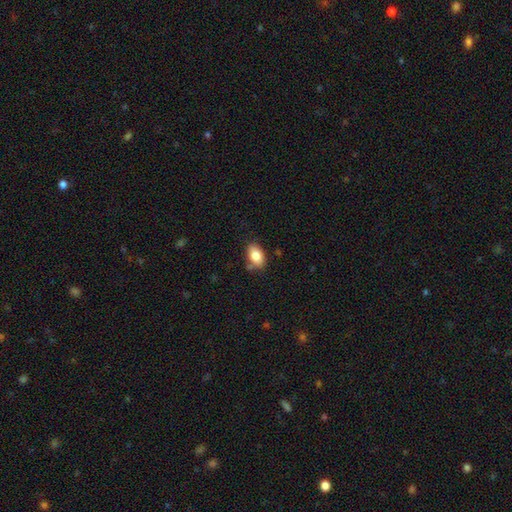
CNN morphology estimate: smooth-or-featured: smooth: 83% | featured or disk: 9% | star or artifact: 7%
  how-rounded: in between: 90% | round: 9% | cigar-shaped: 2%
  merging: none: 75% | minor disturbance: 17% | merger: 5% | major disturbance: 3%